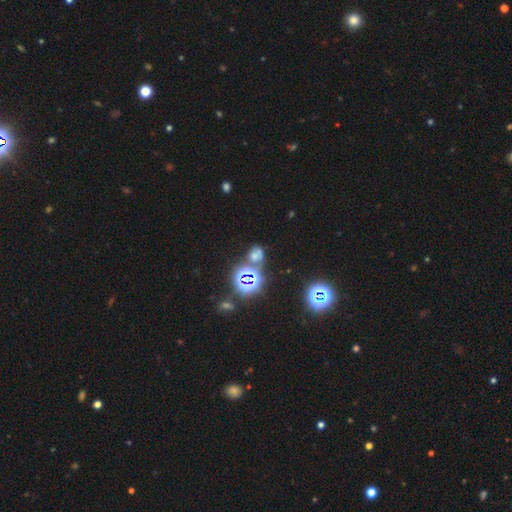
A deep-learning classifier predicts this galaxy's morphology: The model was most divided on "smooth or featured": star or artifact: 50%, smooth: 38%, featured or disk: 12%.